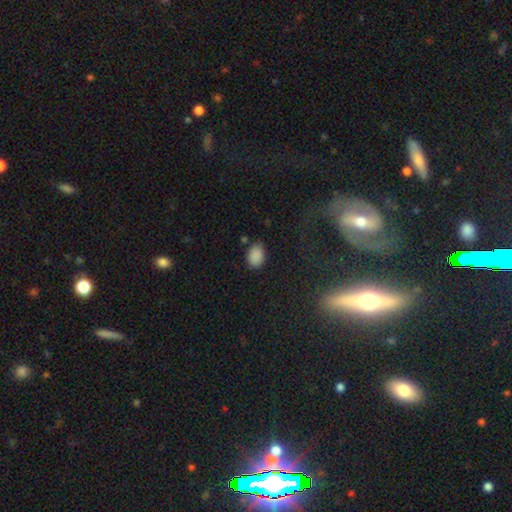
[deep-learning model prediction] Smooth or featured? smooth (87%)
How rounded? in between (81%)
Merging? none (77%)